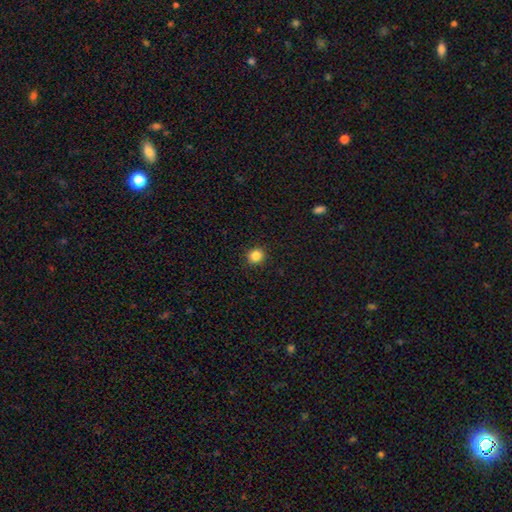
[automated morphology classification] This appears to be a smooth galaxy with no disk features (85%) that is round (87%). Merging: none (92%).